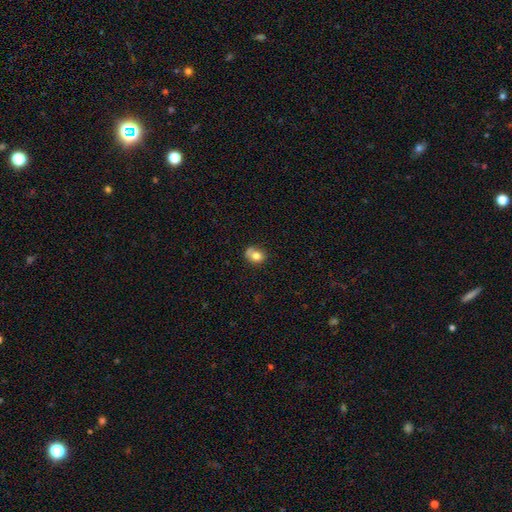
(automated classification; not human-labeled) This appears to be a smooth galaxy with no disk features (77%) that is round (54%). Merging: none (50%).